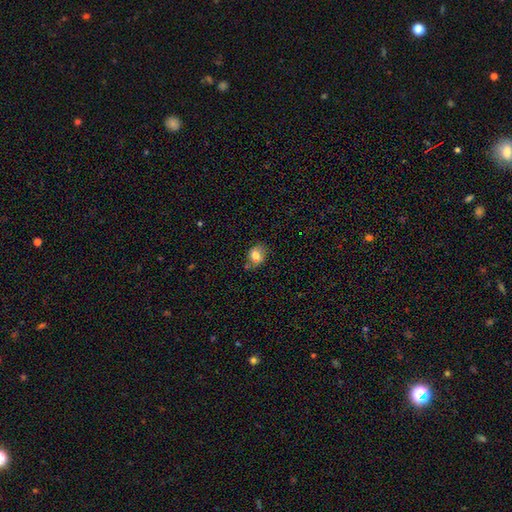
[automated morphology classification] smooth_or_featured: smooth (p=0.75) [alt: featured or disk p=0.16]
how_rounded: in between (p=0.57) [alt: round p=0.42]
merging: none (p=0.62) [alt: minor disturbance p=0.25]